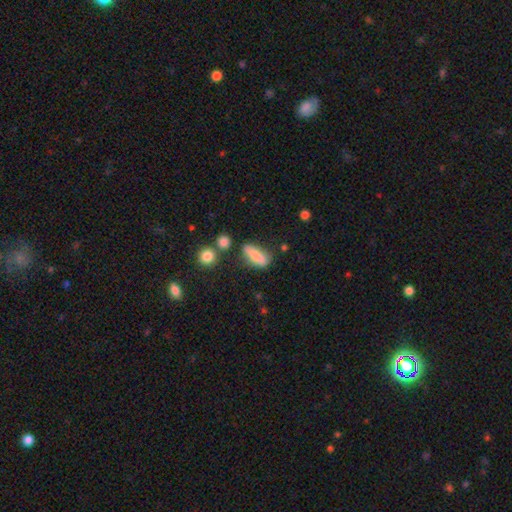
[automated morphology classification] This appears to be a smooth galaxy with no disk features (76%) that is in between round and cigar-shaped (56%). Merging: none (65%).